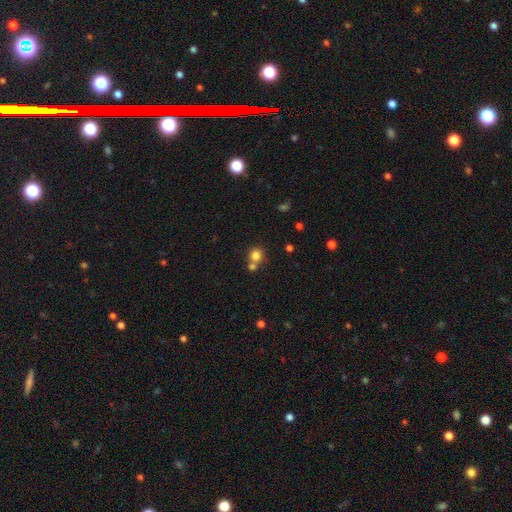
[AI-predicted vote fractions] A smooth galaxy with no disk features (81%) that is round (89%).

Vote fractions:
- Smooth or featured? smooth: 81% / star or artifact: 12% / featured or disk: 7%
- How rounded? round: 89% / in between: 10% / cigar-shaped: 1%
- Merging? none: 58% / merger: 32% / minor disturbance: 7% / major disturbance: 3%